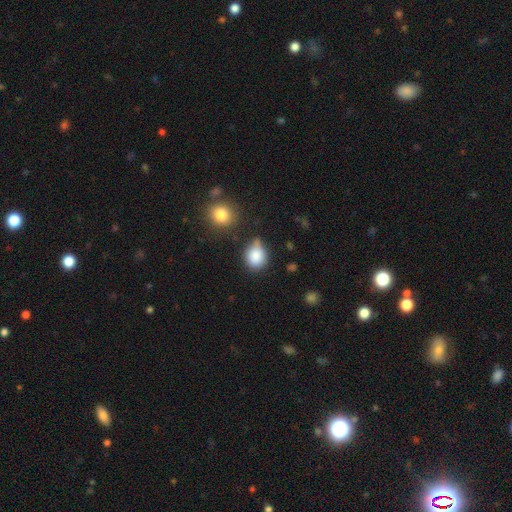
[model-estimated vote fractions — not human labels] smooth_or_featured: smooth (p=0.85) [alt: star or artifact p=0.09]
how_rounded: round (p=0.61) [alt: in between p=0.37]
merging: none (p=0.53) [alt: minor disturbance p=0.32]